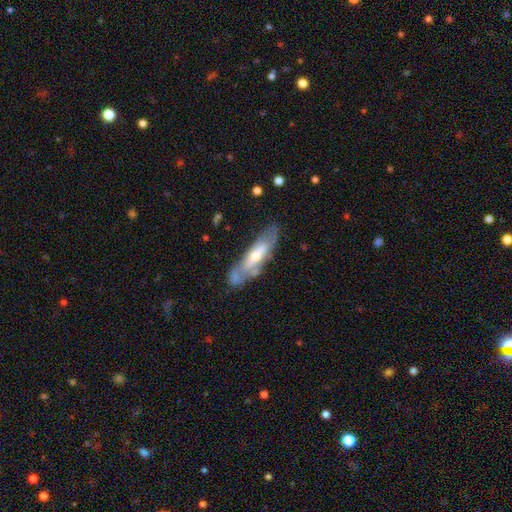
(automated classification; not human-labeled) Morphology: type=featured or disk (58%); edge-on=no (61%); merging=none (67%).